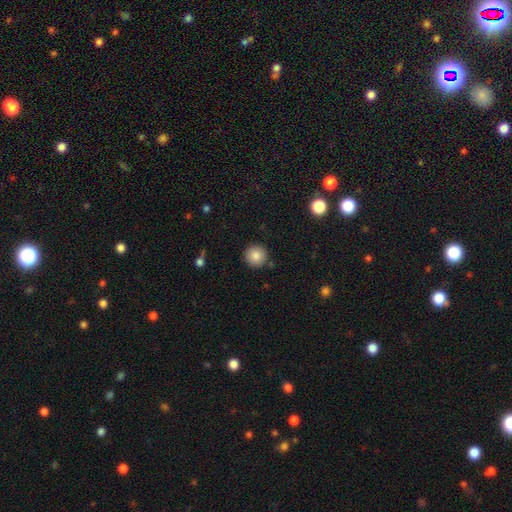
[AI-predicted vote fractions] smooth 86%, star or artifact 9%, featured or disk 6%. Down the decision tree: how rounded — round (95%); merging — none (90%).